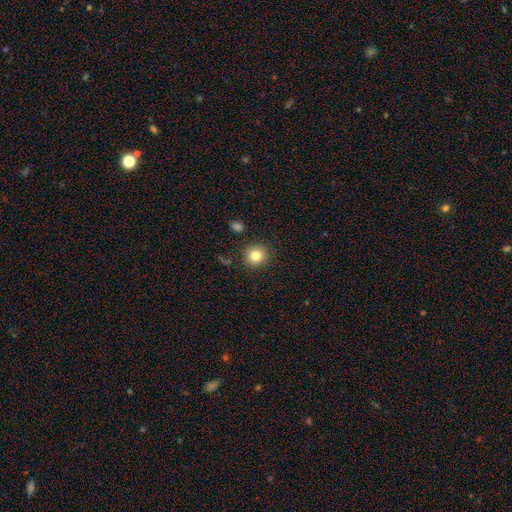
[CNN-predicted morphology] smooth-or-featured: smooth: 83% | star or artifact: 11% | featured or disk: 7%
  how-rounded: round: 91% | in between: 8% | cigar-shaped: 1%
  merging: none: 89% | minor disturbance: 7% | major disturbance: 2% | merger: 2%